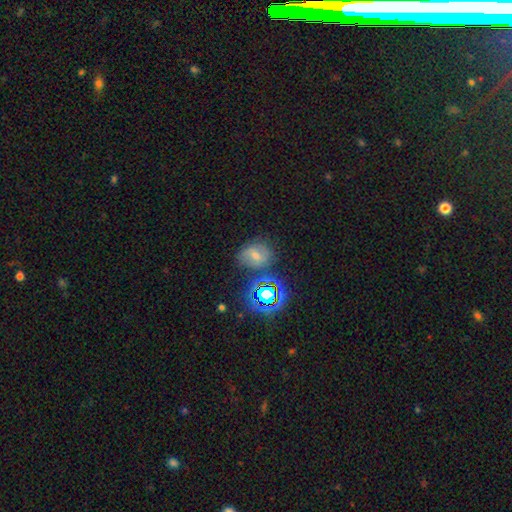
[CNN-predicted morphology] Smooth or featured? Predicted: star or artifact (p=0.38).